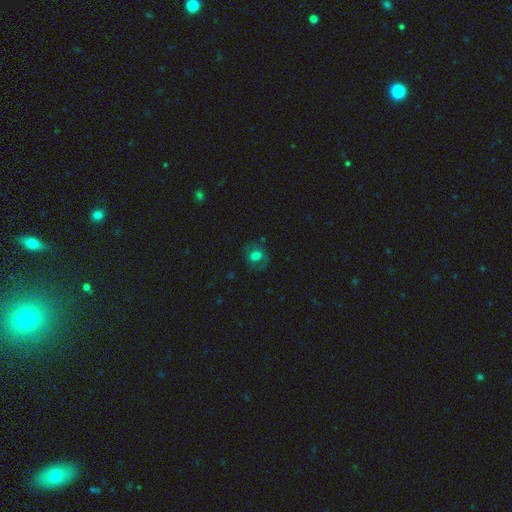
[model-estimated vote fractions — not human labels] This is possibly a smooth galaxy (53%). How rounded: possibly round (55%). Merging: likely none (67%).